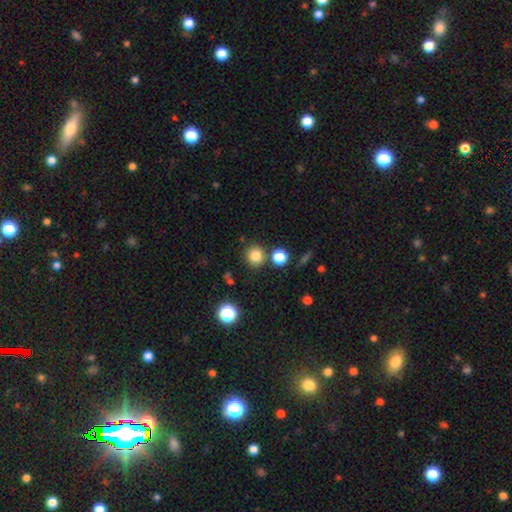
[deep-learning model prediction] The model was most divided on "smooth or featured": smooth: 81%, star or artifact: 13%, featured or disk: 6%. More confident: how rounded — round (92%); merging — none (81%).